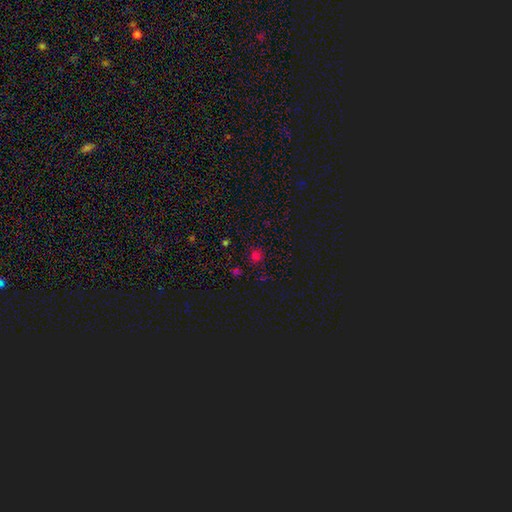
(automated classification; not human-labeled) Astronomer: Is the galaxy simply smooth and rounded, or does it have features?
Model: smooth — 62%.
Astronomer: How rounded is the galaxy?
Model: round — 85%.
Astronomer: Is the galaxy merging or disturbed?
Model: none — 81%.